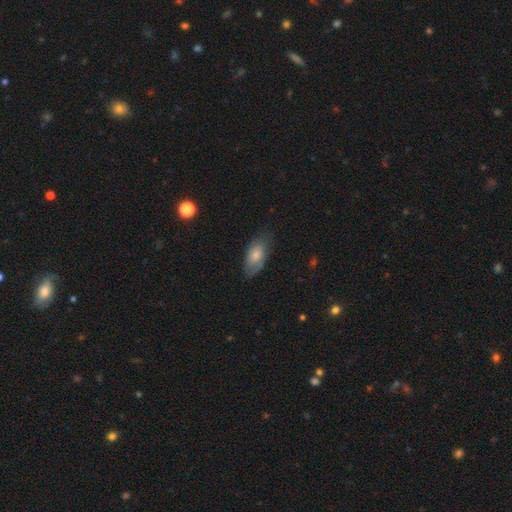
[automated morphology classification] The model was most divided on "smooth or featured": smooth: 57%, featured or disk: 34%, star or artifact: 8%. More confident: how rounded — in between (89%); merging — none (71%).